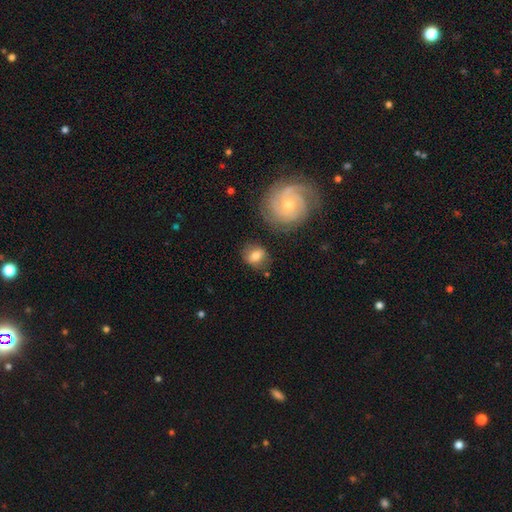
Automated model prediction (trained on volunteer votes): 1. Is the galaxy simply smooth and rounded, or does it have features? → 63% smooth, 30% featured or disk, 8% star or artifact.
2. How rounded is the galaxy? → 54% round, 43% in between, 2% cigar-shaped.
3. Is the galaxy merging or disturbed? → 72% none, 17% minor disturbance, 6% merger, 5% major disturbance.